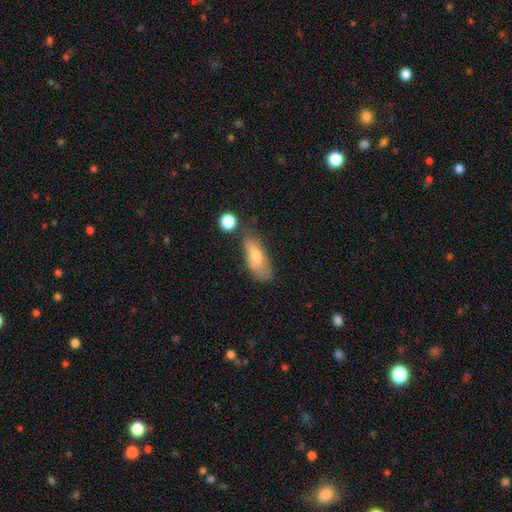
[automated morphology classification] smooth 54%, featured or disk 35%, star or artifact 11%. Down the decision tree: how rounded — in between (75%); merging — none (61%).